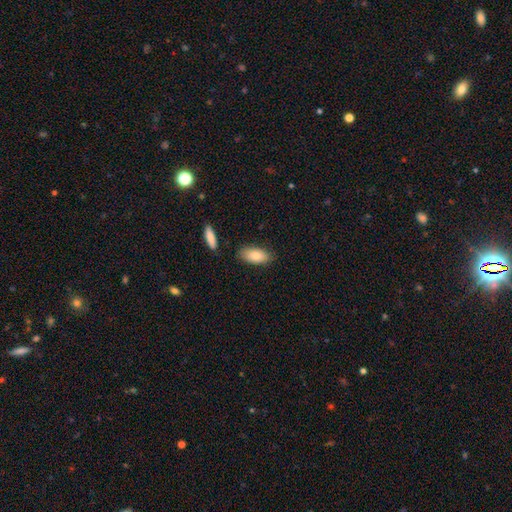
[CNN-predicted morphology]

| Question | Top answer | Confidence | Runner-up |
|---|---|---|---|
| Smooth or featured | smooth | 82% | featured or disk (11%) |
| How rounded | in between | 88% | cigar-shaped (9%) |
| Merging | none | 80% | minor disturbance (14%) |